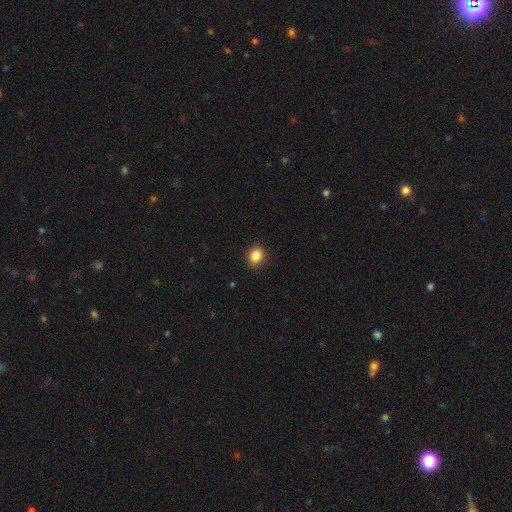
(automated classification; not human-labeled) smooth-or-featured: smooth: 86% | star or artifact: 10% | featured or disk: 5%
  how-rounded: round: 62% | in between: 37% | cigar-shaped: 1%
  merging: none: 89% | minor disturbance: 8% | major disturbance: 2% | merger: 1%